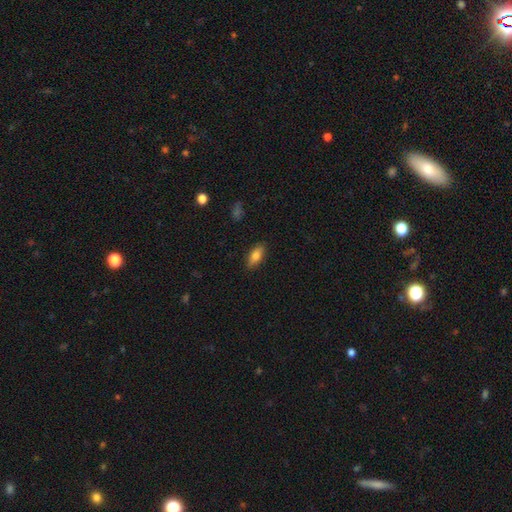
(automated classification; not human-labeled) smooth_or_featured: smooth (p=0.79) [alt: featured or disk p=0.14]
how_rounded: in between (p=0.83) [alt: cigar-shaped p=0.14]
merging: none (p=0.88) [alt: minor disturbance p=0.09]